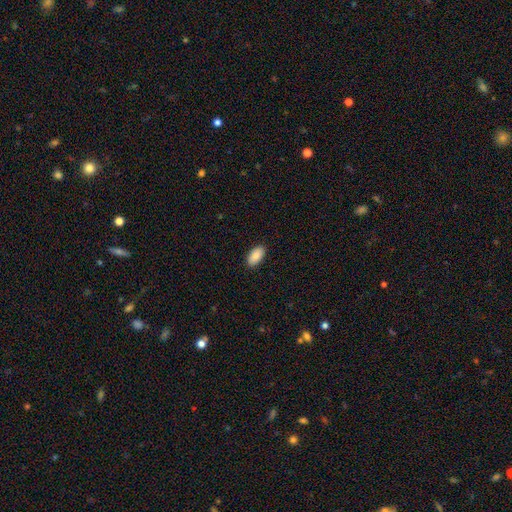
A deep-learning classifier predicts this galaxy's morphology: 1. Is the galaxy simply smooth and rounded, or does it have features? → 88% smooth, 6% star or artifact, 5% featured or disk.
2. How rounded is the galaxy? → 95% in between, 3% cigar-shaped, 2% round.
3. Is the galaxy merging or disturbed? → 90% none, 8% minor disturbance, 2% major disturbance, 1% merger.